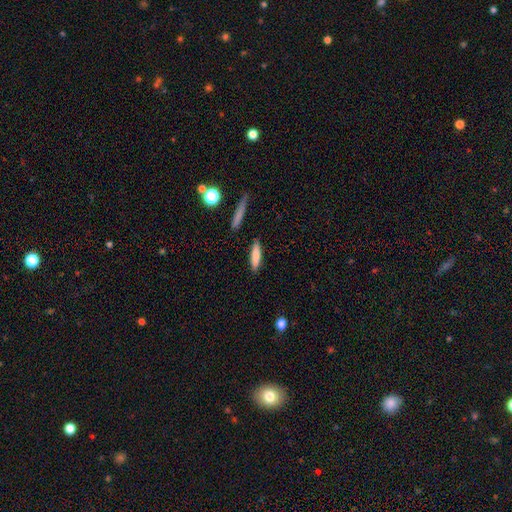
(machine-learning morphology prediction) The model was most divided on "how rounded": cigar-shaped: 71%, in between: 27%, round: 2%. More confident: merging — none (86%); smooth or featured — smooth (82%).